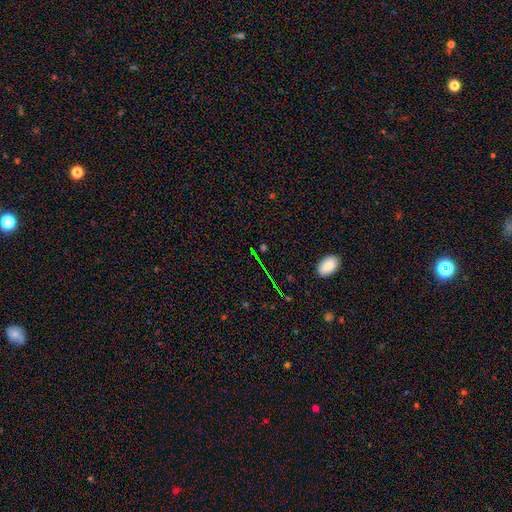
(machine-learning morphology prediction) Overall: star or artifact (69%).